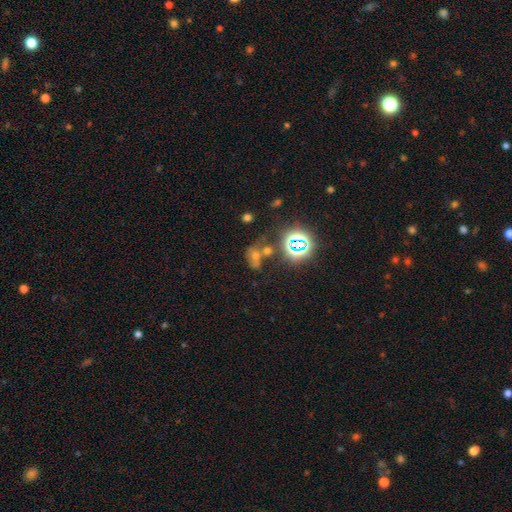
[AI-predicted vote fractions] Overall: star or artifact (48%; smooth 32%).